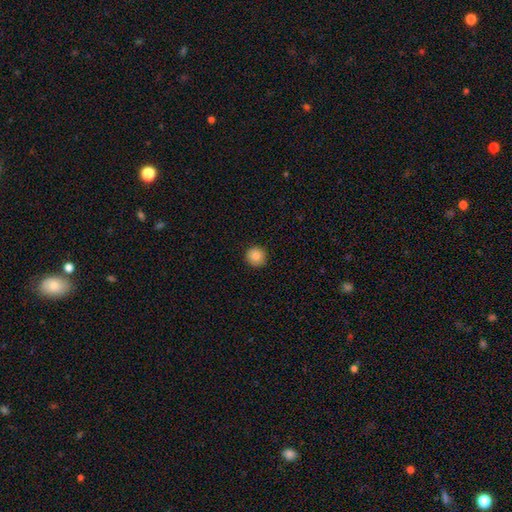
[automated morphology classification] type=smooth (86%); roundness=round (95%); merging=none (92%).